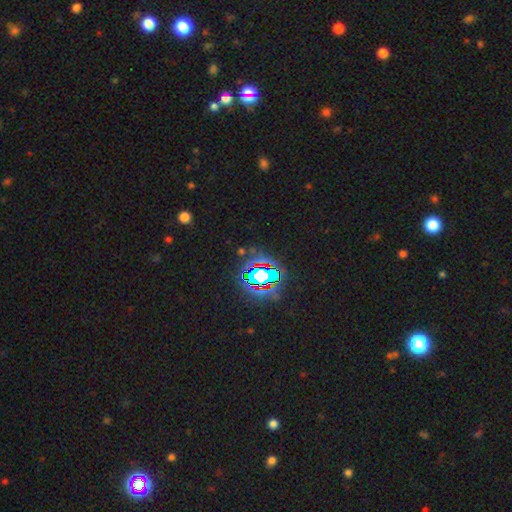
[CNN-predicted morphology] The model was most divided on "smooth or featured": star or artifact: 78%, smooth: 13%, featured or disk: 9%.